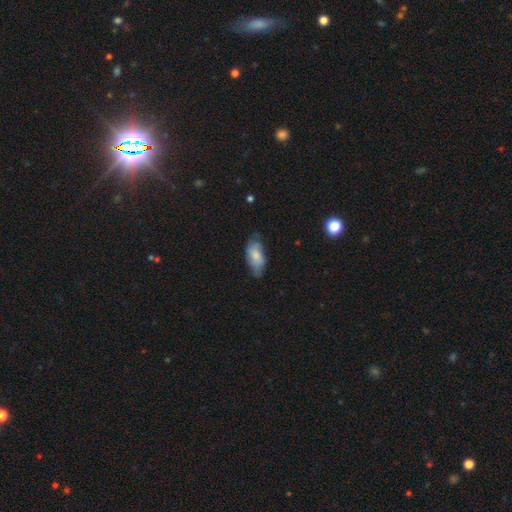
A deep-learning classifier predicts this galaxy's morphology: smooth 66%, featured or disk 27%, star or artifact 7%. Down the decision tree: how rounded — in between (90%); merging — none (55%).